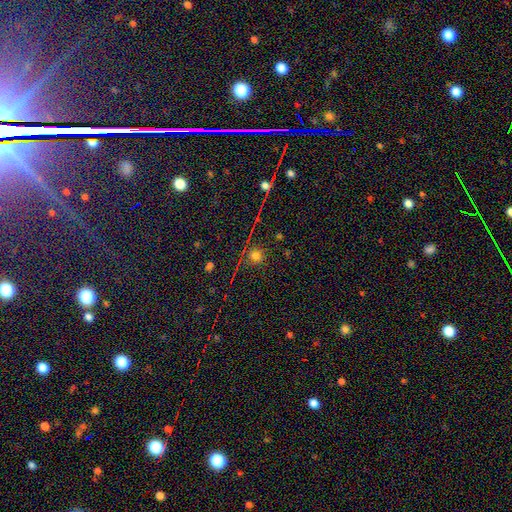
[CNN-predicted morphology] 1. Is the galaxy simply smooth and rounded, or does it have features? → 68% smooth, 24% star or artifact, 8% featured or disk.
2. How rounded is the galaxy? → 91% round, 8% in between, 1% cigar-shaped.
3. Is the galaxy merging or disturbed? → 82% none, 10% minor disturbance, 4% major disturbance, 3% merger.